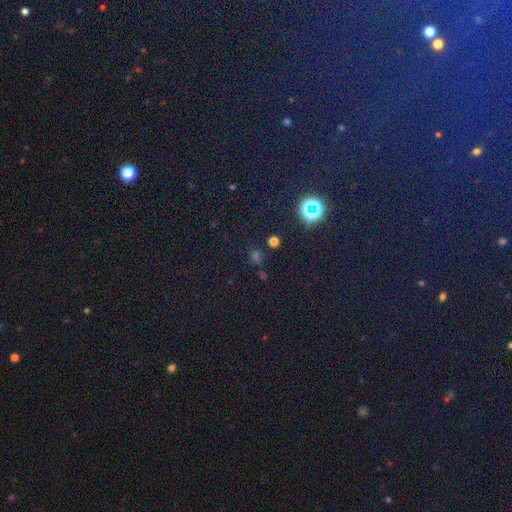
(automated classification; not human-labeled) Smooth or featured?
  - star or artifact: 59% *
  - smooth: 33%
  - featured or disk: 8%